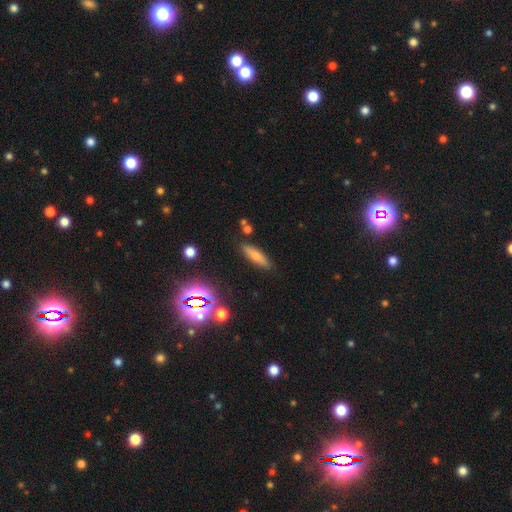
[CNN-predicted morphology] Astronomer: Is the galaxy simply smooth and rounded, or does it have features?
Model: smooth — 64%.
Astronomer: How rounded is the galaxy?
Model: cigar-shaped — 64%.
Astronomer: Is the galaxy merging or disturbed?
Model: none — 85%.